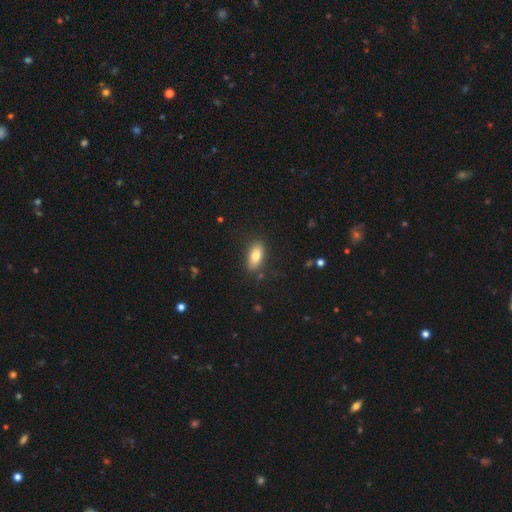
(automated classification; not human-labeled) Smooth or featured? smooth (78%)
How rounded? in between (84%)
Merging? none (85%)